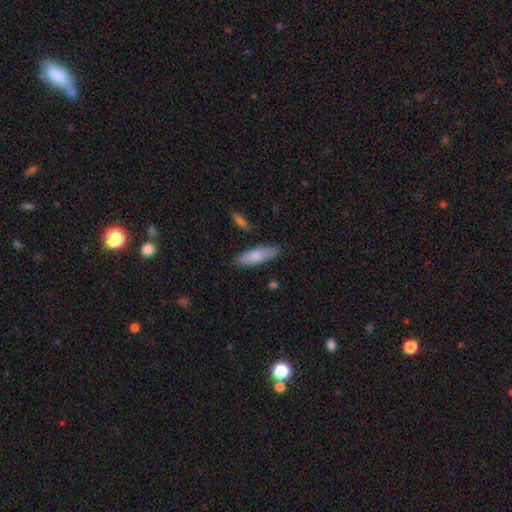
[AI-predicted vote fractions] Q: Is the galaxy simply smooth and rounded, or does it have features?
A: smooth — 77%.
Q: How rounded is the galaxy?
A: in between — 55%.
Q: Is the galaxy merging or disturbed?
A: none — 83%.